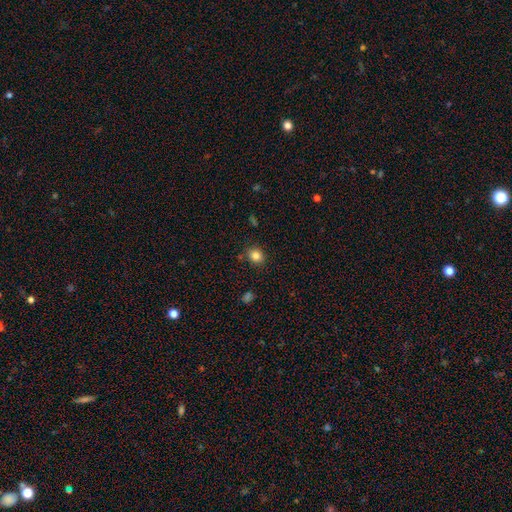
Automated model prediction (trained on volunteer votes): A smooth galaxy with no disk features (83%) that is round (74%). Merging: none (85%).